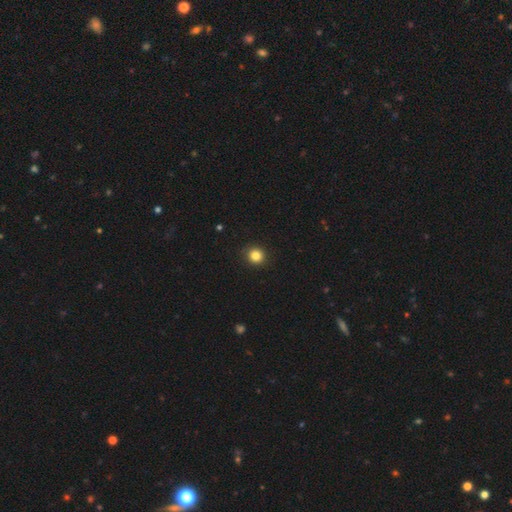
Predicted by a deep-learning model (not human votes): Smooth or featured? smooth (84%)
How rounded? round (92%)
Merging? none (92%)